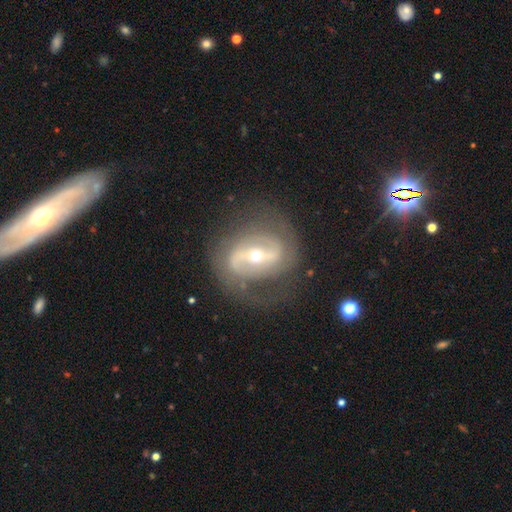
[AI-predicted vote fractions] Smooth or featured?
  - featured or disk: 86% *
  - smooth: 8%
  - star or artifact: 6%
Edge-on disk?
  - no: 96% *
  - yes: 4%
Bar?
  - strong: 49% *
  - weak: 32%
  - no: 20%
Spiral arms?
  - yes: 90% *
  - no: 10%
Spiral winding?
  - medium: 47% *
  - loose: 27%
  - tight: 26%
Spiral arm count?
  - 2: 82% *
  - can't tell: 9%
  - 3: 4%
  - 1: 3%
  - 4: 1%
  - more than 4: 1%
Bulge size?
  - small: 58% *
  - moderate: 39%
  - large: 2%
  - dominant: 1%
  - none: 1%
Merging?
  - none: 69% *
  - minor disturbance: 17%
  - major disturbance: 12%
  - merger: 2%